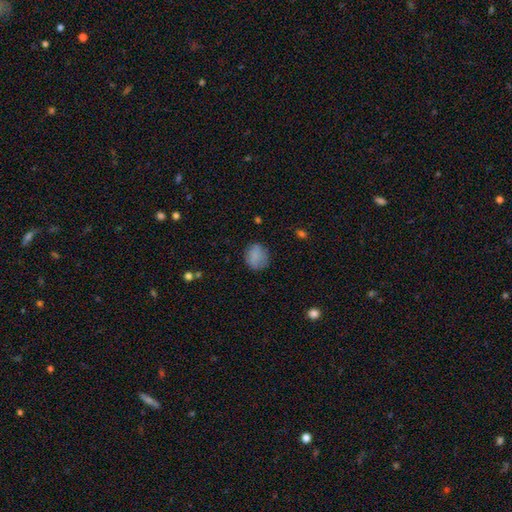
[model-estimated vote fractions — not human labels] Morphology: type=smooth (82%); roundness=round (72%); merging=none (74%).